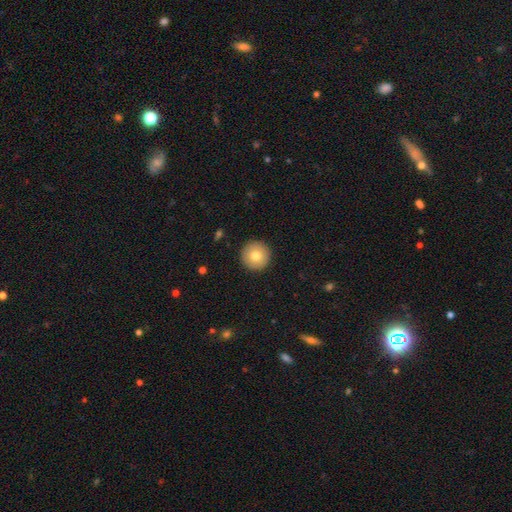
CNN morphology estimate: smooth 77%, featured or disk 14%, star or artifact 9%. Down the decision tree: how rounded — round (97%); merging — none (93%).